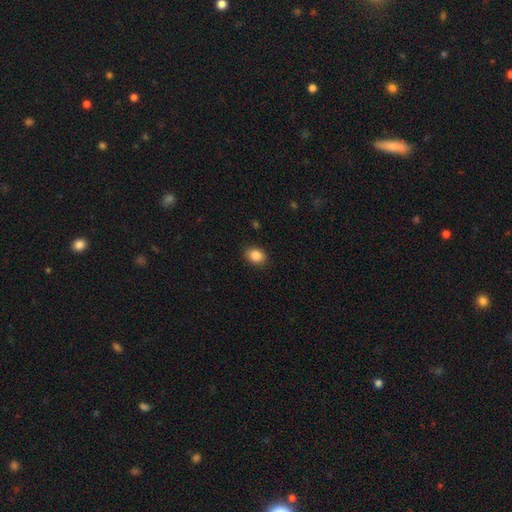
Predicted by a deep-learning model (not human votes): Smooth or featured?
  - smooth: 87% *
  - star or artifact: 9%
  - featured or disk: 5%
How rounded?
  - in between: 63% *
  - round: 36%
  - cigar-shaped: 1%
Merging?
  - none: 89% *
  - minor disturbance: 8%
  - major disturbance: 2%
  - merger: 1%